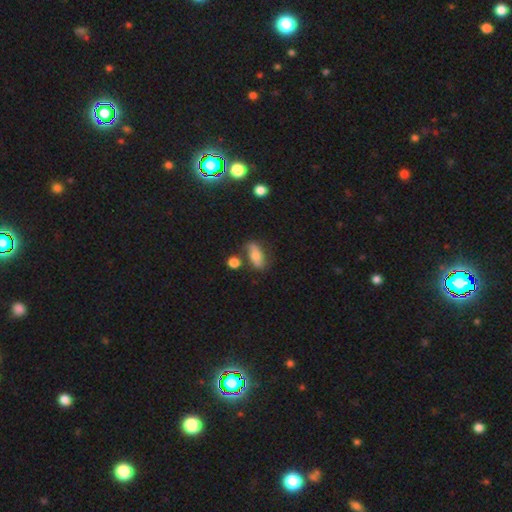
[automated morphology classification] This appears to be a smooth galaxy with no disk features (62%) that is in between round and cigar-shaped (77%). Merging: none (63%).